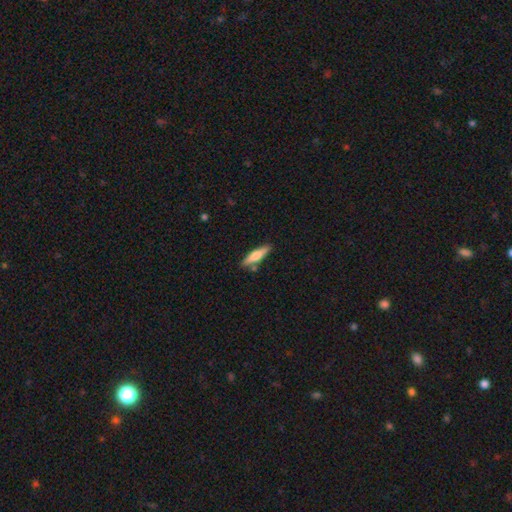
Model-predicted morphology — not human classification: Smooth or featured?
  - smooth: 54% *
  - featured or disk: 40%
  - star or artifact: 6%
How rounded?
  - cigar-shaped: 76% *
  - in between: 22%
  - round: 2%
Merging?
  - none: 79% *
  - minor disturbance: 12%
  - merger: 7%
  - major disturbance: 2%